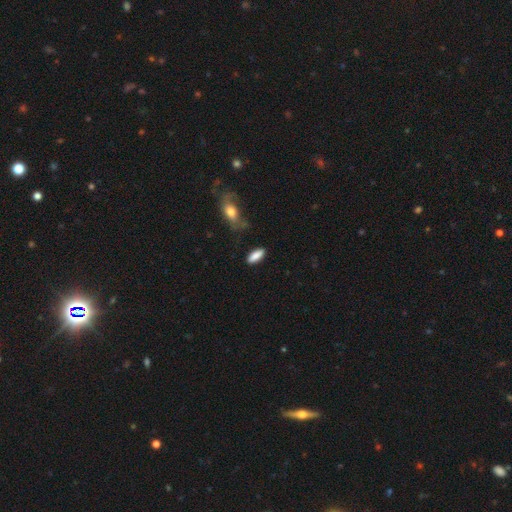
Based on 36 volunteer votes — smooth_or_featured: smooth (p=0.83) [alt: featured or disk p=0.17]
how_rounded: in between (p=0.73) [alt: cigar-shaped p=0.27]
merging: none (p=0.89) [alt: minor disturbance p=0.08]